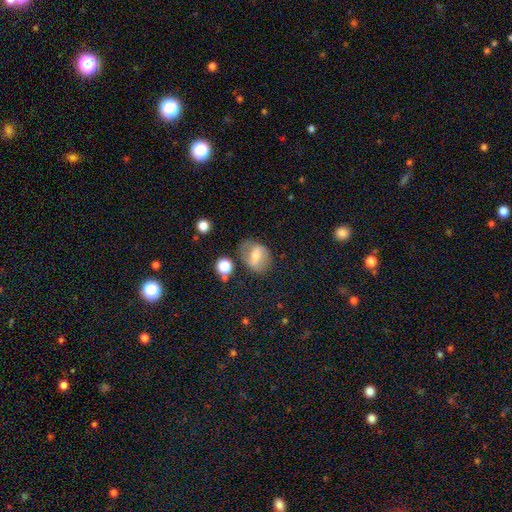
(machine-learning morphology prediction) type=smooth (52%); roundness=in between (57%); merging=none (64%).